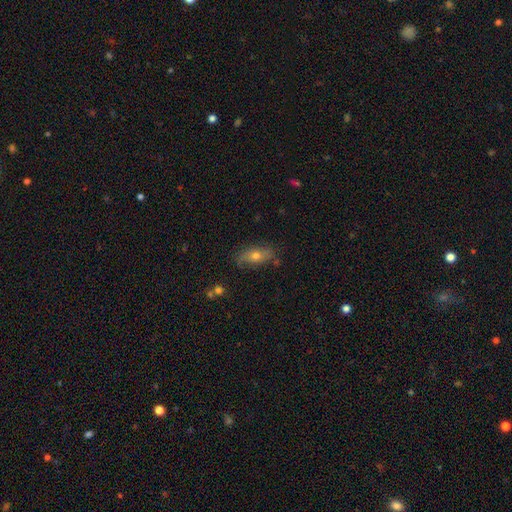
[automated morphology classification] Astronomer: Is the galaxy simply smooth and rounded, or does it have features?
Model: smooth — 53% (runner-up: featured or disk, 36%).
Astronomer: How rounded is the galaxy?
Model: in between — 76%.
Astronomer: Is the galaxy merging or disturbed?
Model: none — 75%.